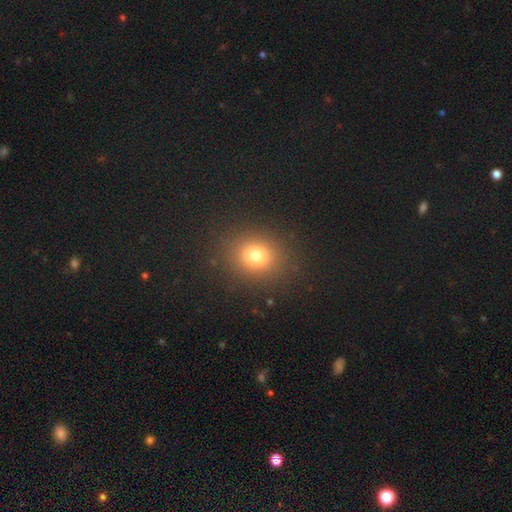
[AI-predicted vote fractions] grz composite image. It shows a smooth galaxy with no disk features (76%) that is round (69%). Merging: none (88%).